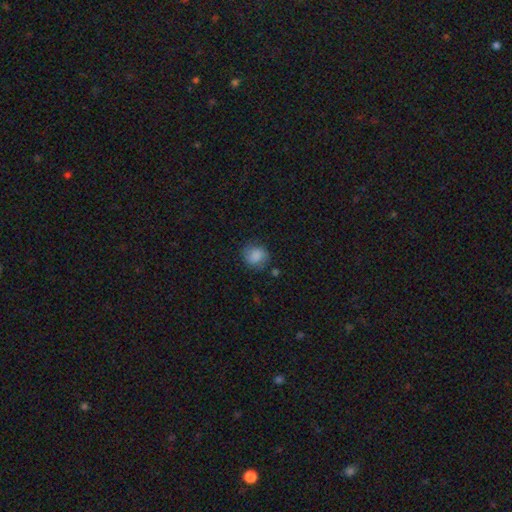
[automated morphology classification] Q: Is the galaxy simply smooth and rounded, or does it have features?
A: smooth — 81%.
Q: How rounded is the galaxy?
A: round — 76%.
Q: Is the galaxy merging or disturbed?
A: none — 74%.